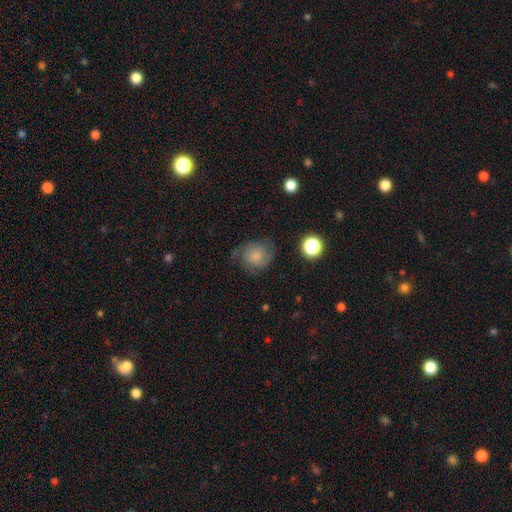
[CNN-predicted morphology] smooth 57%, featured or disk 32%, star or artifact 11%. Down the decision tree: how rounded — round (80%); merging — none (61%).